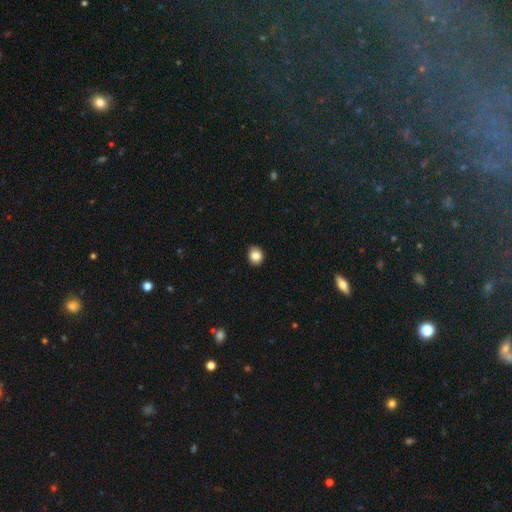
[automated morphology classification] smooth_or_featured: smooth (p=0.84) [alt: star or artifact p=0.09]
how_rounded: round (p=0.64) [alt: in between p=0.35]
merging: none (p=0.85) [alt: minor disturbance p=0.12]